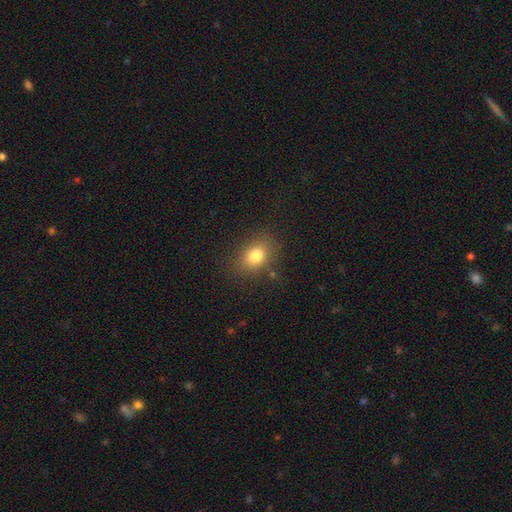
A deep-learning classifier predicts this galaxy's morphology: The model was most divided on "how rounded": in between: 67%, round: 31%, cigar-shaped: 1%. More confident: smooth or featured — smooth (80%); merging — none (79%).